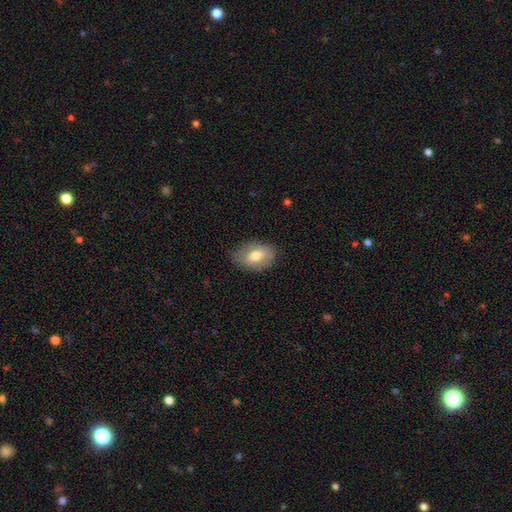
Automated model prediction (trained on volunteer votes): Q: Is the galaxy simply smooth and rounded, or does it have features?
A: smooth — 63%.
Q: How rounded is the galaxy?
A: in between — 88%.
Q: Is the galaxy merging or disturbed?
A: none — 75%.